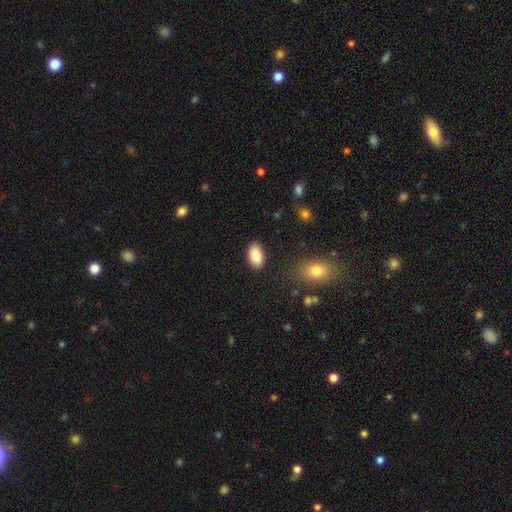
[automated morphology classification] Smooth or featured? smooth (88%)
How rounded? in between (94%)
Merging? none (86%)